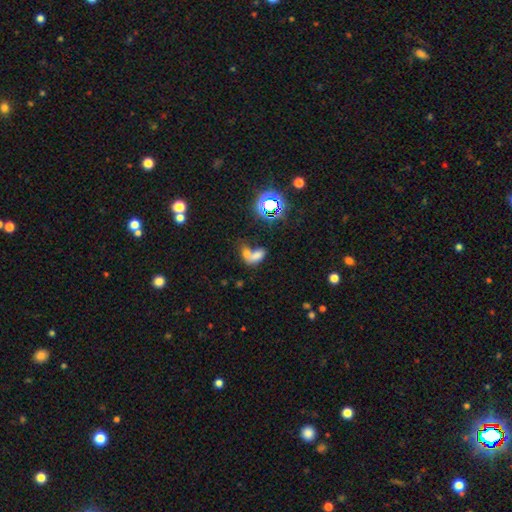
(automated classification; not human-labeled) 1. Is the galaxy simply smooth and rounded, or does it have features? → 63% smooth, 20% star or artifact, 17% featured or disk.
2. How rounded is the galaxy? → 84% in between, 13% round, 3% cigar-shaped.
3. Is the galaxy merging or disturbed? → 69% merger, 17% none, 7% major disturbance, 7% minor disturbance.